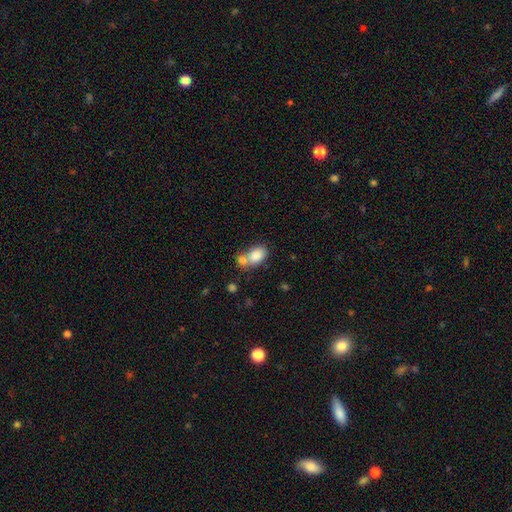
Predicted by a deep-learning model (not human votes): A smooth galaxy with no disk features (83%) that is in between round and cigar-shaped (82%).

Vote fractions:
- Smooth or featured? smooth: 83% / featured or disk: 9% / star or artifact: 8%
- How rounded? in between: 82% / round: 17% / cigar-shaped: 1%
- Merging? merger: 49% / none: 36% / minor disturbance: 10% / major disturbance: 4%